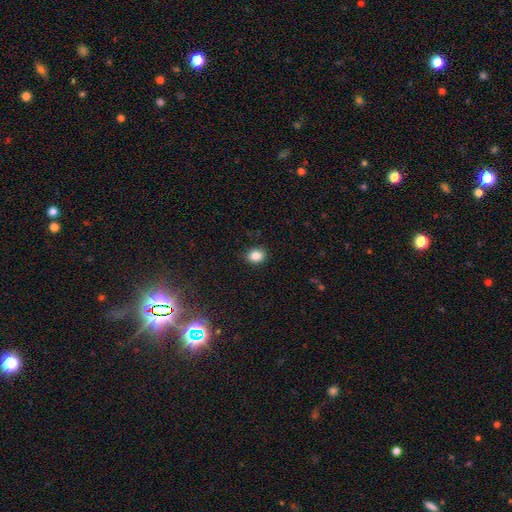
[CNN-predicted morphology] Smooth or featured? smooth (86%)
How rounded? round (53%)
Merging? none (88%)